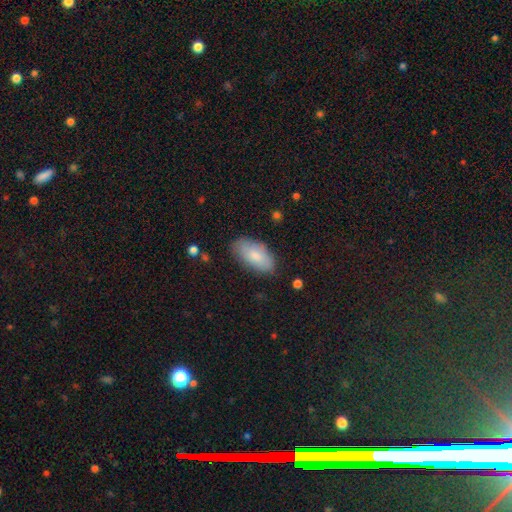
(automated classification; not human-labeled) A smooth galaxy with no disk features (77%) that is in between round and cigar-shaped (94%). Merging: none (78%).